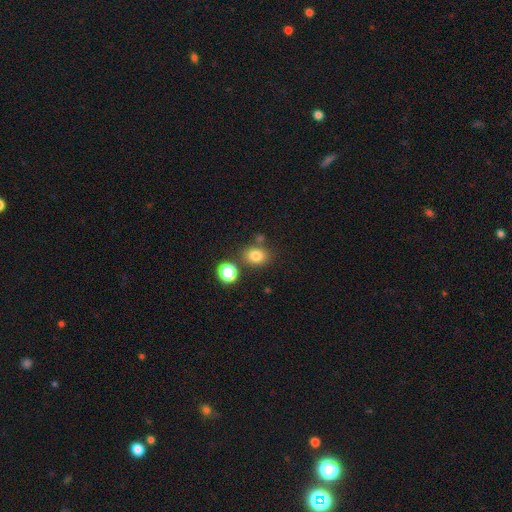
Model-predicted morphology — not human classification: Smooth or featured: smooth — 79% (star or artifact — 14%)
How rounded: round — 54% (in between — 45%)
Merging: none — 74% (minor disturbance — 12%)